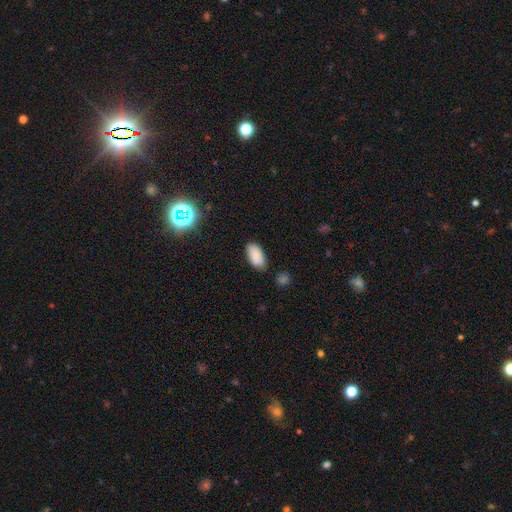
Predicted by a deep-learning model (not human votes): Smooth or featured?
  - smooth: 86% *
  - star or artifact: 8%
  - featured or disk: 6%
How rounded?
  - in between: 93% *
  - cigar-shaped: 5%
  - round: 2%
Merging?
  - none: 80% *
  - minor disturbance: 15%
  - major disturbance: 3%
  - merger: 2%